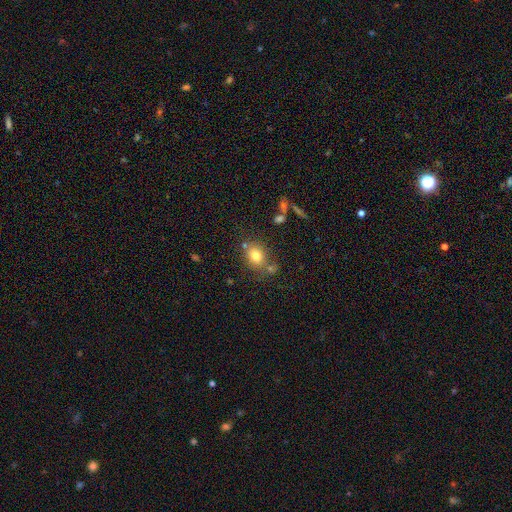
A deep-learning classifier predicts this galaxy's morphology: The model was most divided on "how rounded": round: 53%, in between: 45%, cigar-shaped: 1%. More confident: smooth or featured — smooth (78%); merging — none (70%).